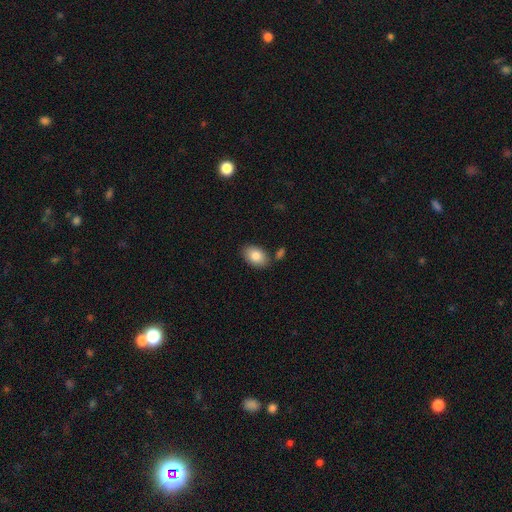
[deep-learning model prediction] A smooth galaxy with no disk features (84%) that is in between round and cigar-shaped (88%).

Vote fractions:
- Smooth or featured? smooth: 84% / featured or disk: 9% / star or artifact: 7%
- How rounded? in between: 88% / round: 11% / cigar-shaped: 1%
- Merging? none: 81% / minor disturbance: 11% / merger: 6% / major disturbance: 2%